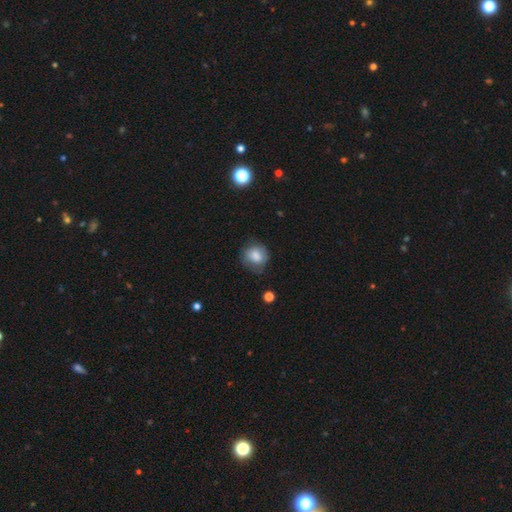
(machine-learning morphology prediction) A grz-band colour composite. It shows a smooth galaxy with no disk features (78%) that is round (78%). Merging: none (64%).